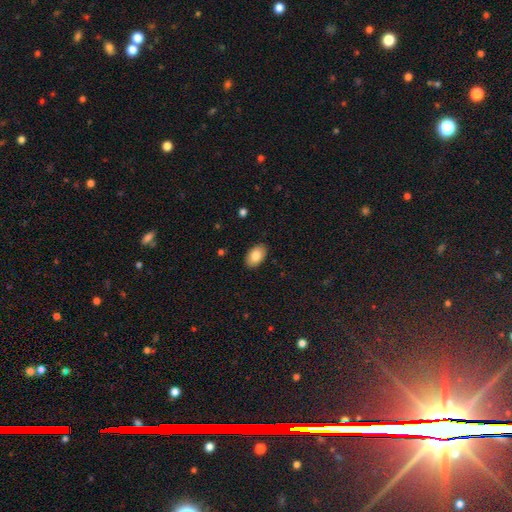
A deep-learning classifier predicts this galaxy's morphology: This appears to be a smooth galaxy with no disk features (84%) that is in between round and cigar-shaped (92%). Merging: none (89%).